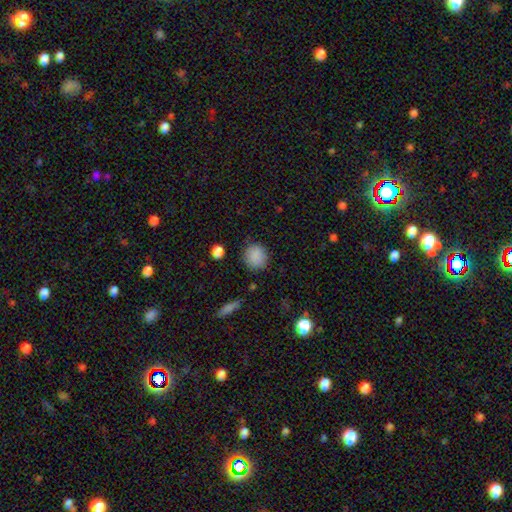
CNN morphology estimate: Smooth or featured? Predicted: smooth (p=0.87). How rounded? Predicted: round (p=0.82). Merging? Predicted: none (p=0.85).